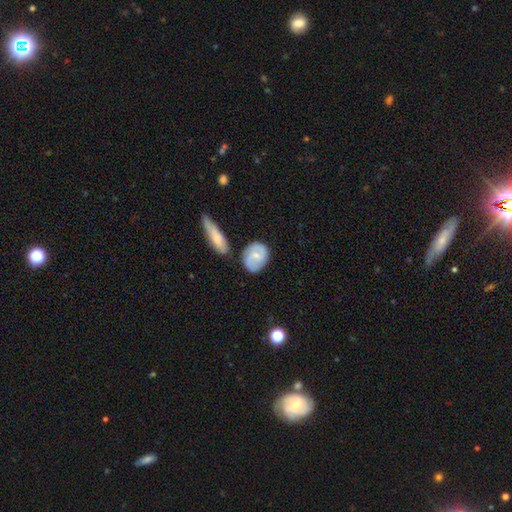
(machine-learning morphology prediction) Q: Smooth or featured?
A: featured or disk (56%); runner-up: smooth (39%)
Q: Edge-on disk?
A: no (95%); runner-up: yes (5%)
Q: Bar?
A: no (52%); runner-up: weak (40%)
Q: Spiral arms?
A: yes (87%); runner-up: no (13%)
Q: Bulge size?
A: small (59%); runner-up: moderate (33%)
Q: Merging?
A: none (70%); runner-up: minor disturbance (16%)